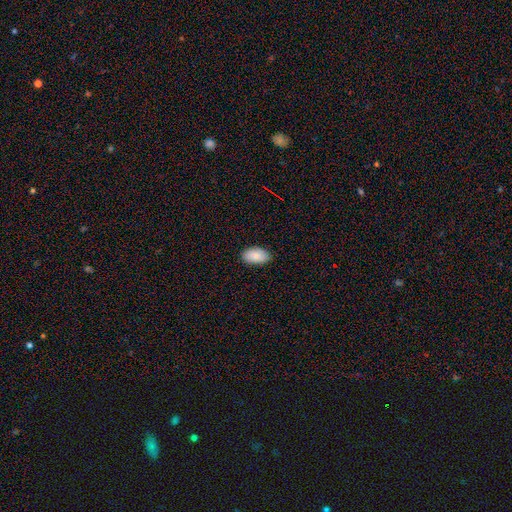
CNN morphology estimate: A smooth galaxy with no disk features (86%) that is in between round and cigar-shaped (95%). Merging: none (85%).